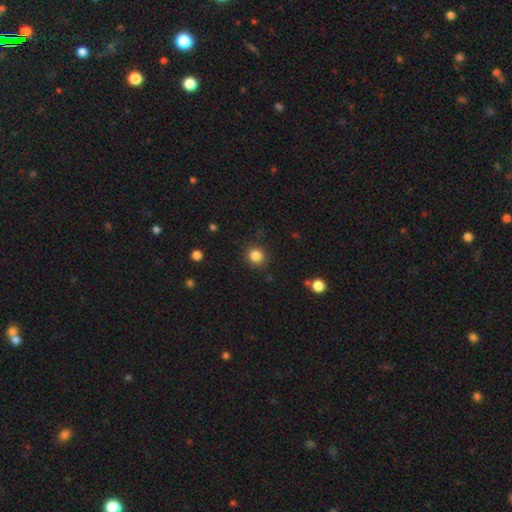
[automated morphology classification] Smooth or featured?
  - smooth: 85% *
  - star or artifact: 11%
  - featured or disk: 4%
How rounded?
  - round: 86% *
  - in between: 13%
  - cigar-shaped: 1%
Merging?
  - none: 85% *
  - minor disturbance: 10%
  - major disturbance: 3%
  - merger: 2%